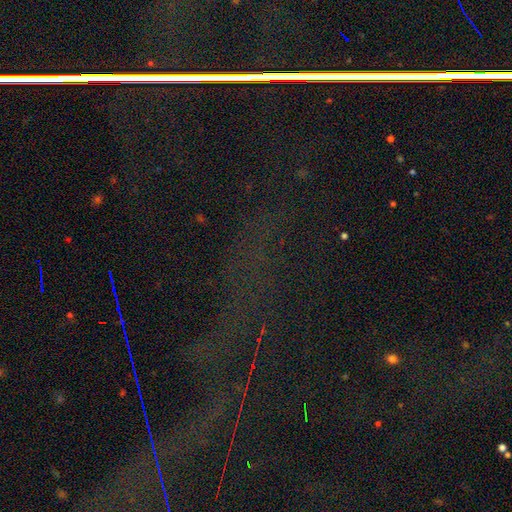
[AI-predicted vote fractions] star or artifact 81%, featured or disk 11%, smooth 8%.